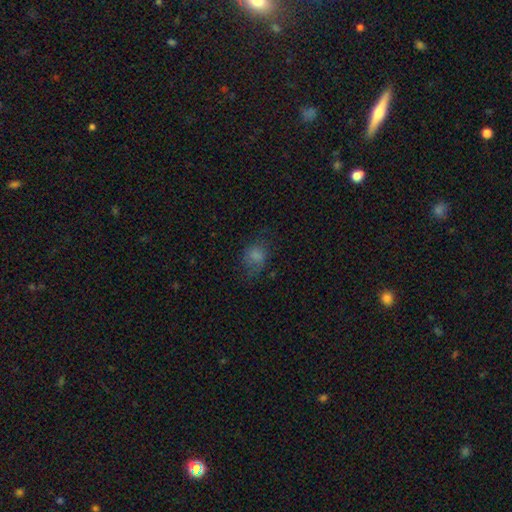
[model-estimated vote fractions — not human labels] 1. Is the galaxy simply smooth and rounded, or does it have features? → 71% smooth, 15% featured or disk, 14% star or artifact.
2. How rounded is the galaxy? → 53% in between, 46% round, 1% cigar-shaped.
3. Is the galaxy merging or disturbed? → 52% none, 26% minor disturbance, 20% major disturbance, 2% merger.